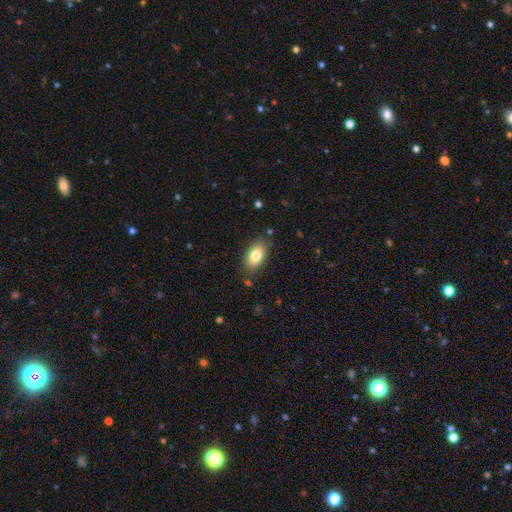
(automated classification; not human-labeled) Smooth or featured?
  - smooth: 80% *
  - featured or disk: 12%
  - star or artifact: 7%
How rounded?
  - in between: 91% *
  - round: 5%
  - cigar-shaped: 3%
Merging?
  - none: 81% *
  - minor disturbance: 14%
  - major disturbance: 3%
  - merger: 2%